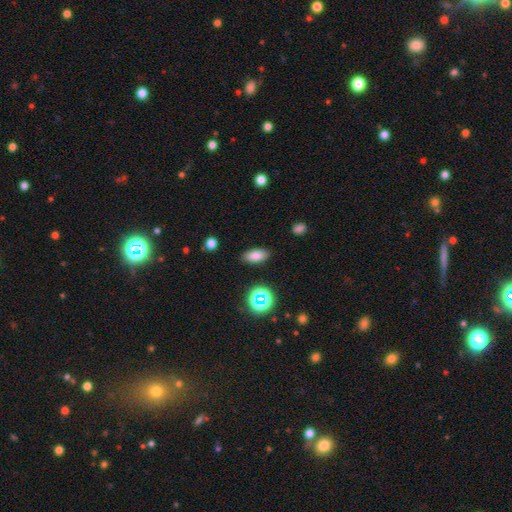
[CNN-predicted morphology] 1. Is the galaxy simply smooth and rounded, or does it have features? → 82% smooth, 11% star or artifact, 7% featured or disk.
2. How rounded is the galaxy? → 87% in between, 8% cigar-shaped, 5% round.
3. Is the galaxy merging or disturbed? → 87% none, 9% minor disturbance, 3% major disturbance, 1% merger.